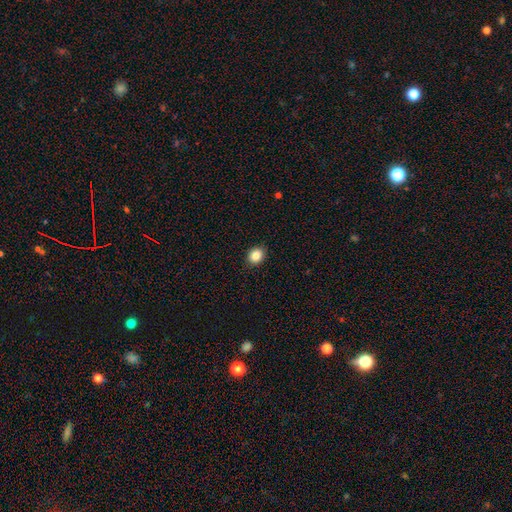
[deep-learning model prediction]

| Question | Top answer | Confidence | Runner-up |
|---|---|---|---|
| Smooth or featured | smooth | 84% | star or artifact (10%) |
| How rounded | round | 62% | in between (37%) |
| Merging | none | 90% | minor disturbance (7%) |